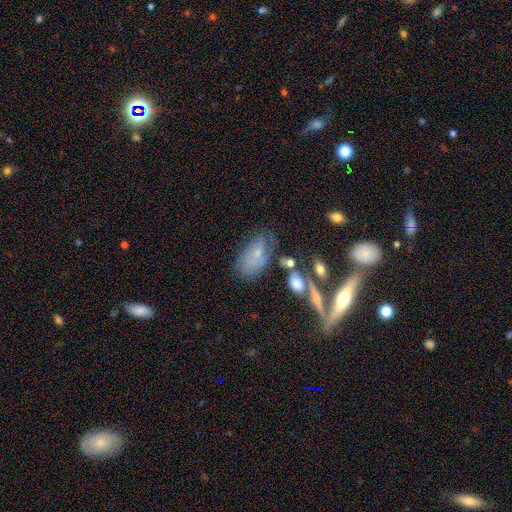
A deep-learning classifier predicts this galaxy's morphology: The model was most divided on "smooth or featured": smooth: 49%, featured or disk: 39%, star or artifact: 13%. Remaining: merging — none (49%).